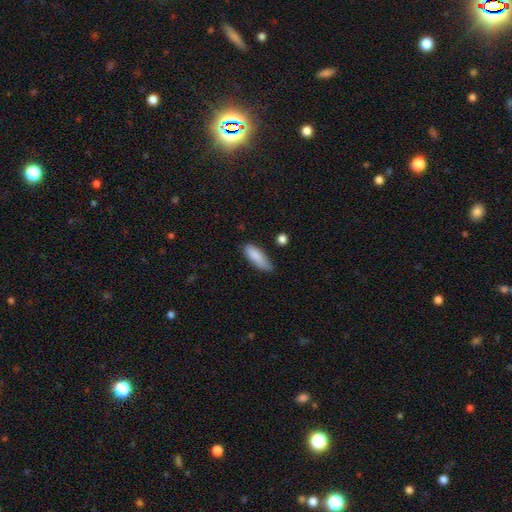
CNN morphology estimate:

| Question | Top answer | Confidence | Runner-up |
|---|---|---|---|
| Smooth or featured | smooth | 87% | featured or disk (7%) |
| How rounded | in between | 61% | cigar-shaped (37%) |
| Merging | none | 67% | minor disturbance (26%) |